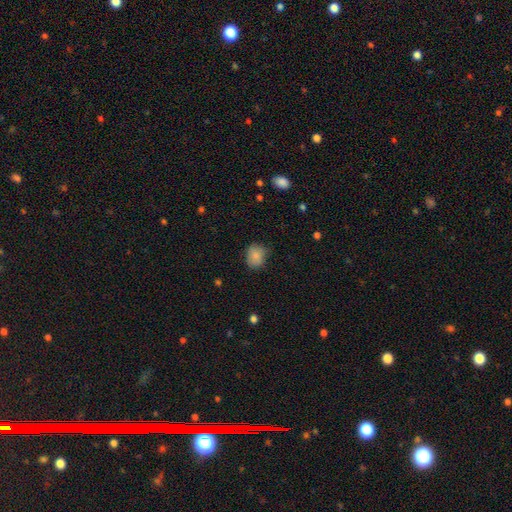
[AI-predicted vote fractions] Overall: smooth (85%). How rounded: round (62%; in between 37%). Merging: none (73%).